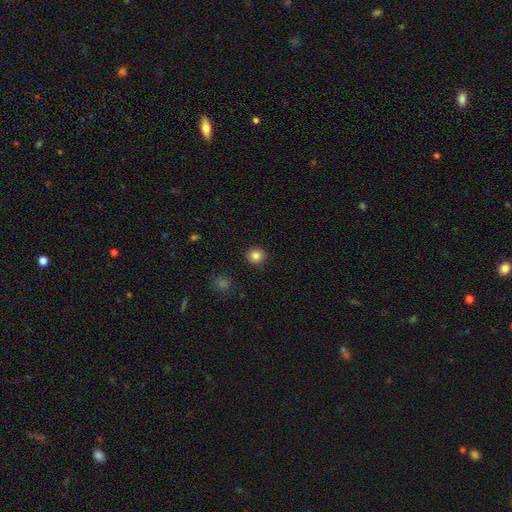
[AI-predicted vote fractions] A smooth galaxy with no disk features (84%) that is round (89%).

Vote fractions:
- Smooth or featured? smooth: 84% / star or artifact: 11% / featured or disk: 5%
- How rounded? round: 89% / in between: 10% / cigar-shaped: 1%
- Merging? none: 92% / minor disturbance: 5% / major disturbance: 2% / merger: 1%